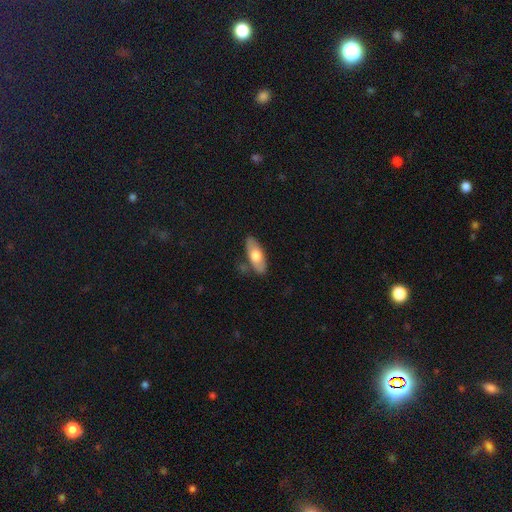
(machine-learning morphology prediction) smooth_or_featured: smooth (p=0.64) [alt: featured or disk p=0.31]
how_rounded: in between (p=0.79) [alt: cigar-shaped p=0.19]
merging: none (p=0.79) [alt: minor disturbance p=0.14]